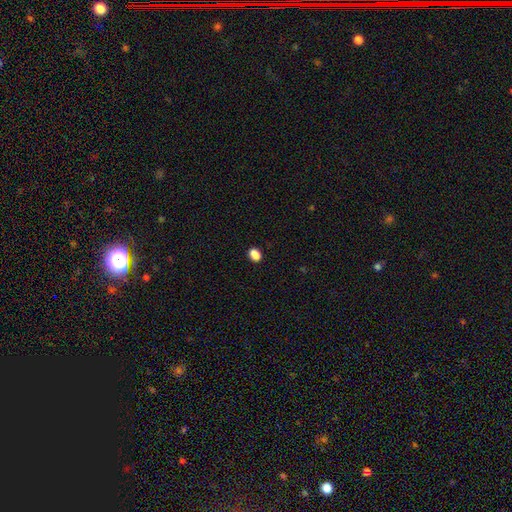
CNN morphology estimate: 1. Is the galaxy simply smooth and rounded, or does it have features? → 84% smooth, 13% star or artifact, 3% featured or disk.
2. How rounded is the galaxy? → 72% in between, 26% round, 2% cigar-shaped.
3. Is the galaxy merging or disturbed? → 85% none, 10% minor disturbance, 3% merger, 2% major disturbance.